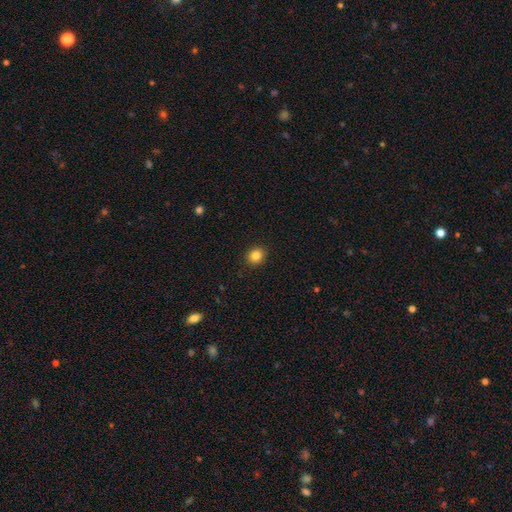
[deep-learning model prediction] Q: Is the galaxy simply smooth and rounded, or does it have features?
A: smooth — 85%.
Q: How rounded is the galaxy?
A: round — 76%.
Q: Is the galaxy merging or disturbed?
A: none — 91%.